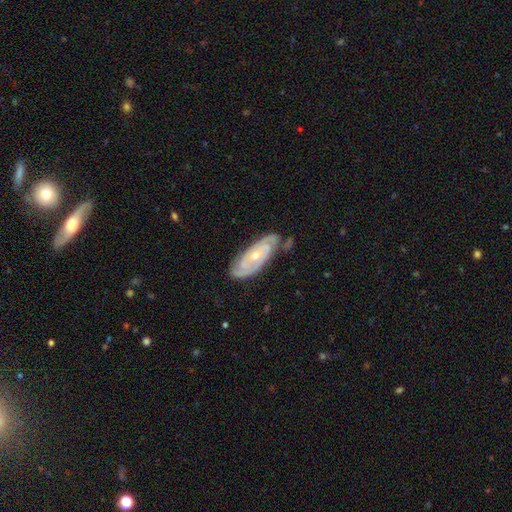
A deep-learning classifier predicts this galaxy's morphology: featured or disk 78%, smooth 16%, star or artifact 6%. Down the decision tree: edge-on disk — no (90%); bar — no (72%); spiral arms — yes (90%); spiral arm count — 2 (52%); spiral winding — tight (69%); bulge size — small (59%); merging — none (68%).